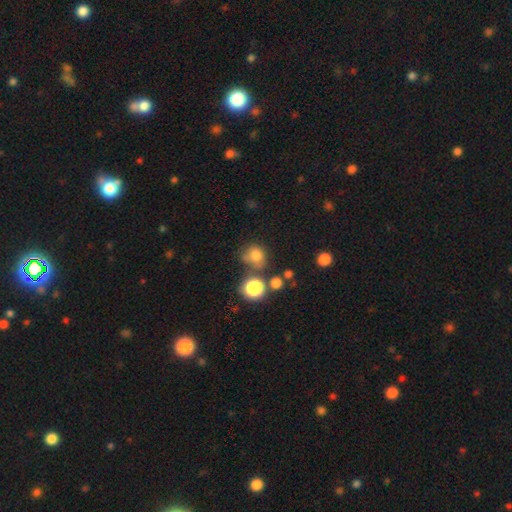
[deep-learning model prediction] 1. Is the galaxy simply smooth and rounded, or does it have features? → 75% smooth, 15% star or artifact, 9% featured or disk.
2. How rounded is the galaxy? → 77% round, 22% in between, 1% cigar-shaped.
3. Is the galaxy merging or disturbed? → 54% none, 21% merger, 16% minor disturbance, 8% major disturbance.